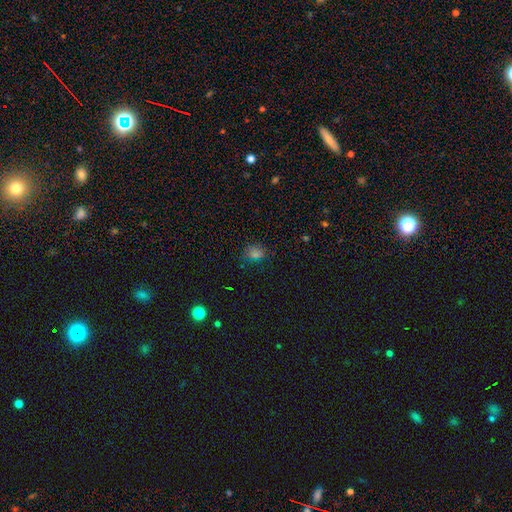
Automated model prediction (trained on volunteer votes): Smooth or featured: smooth — 66% (star or artifact — 26%)
How rounded: round — 64% (in between — 35%)
Merging: none — 79% (minor disturbance — 14%)